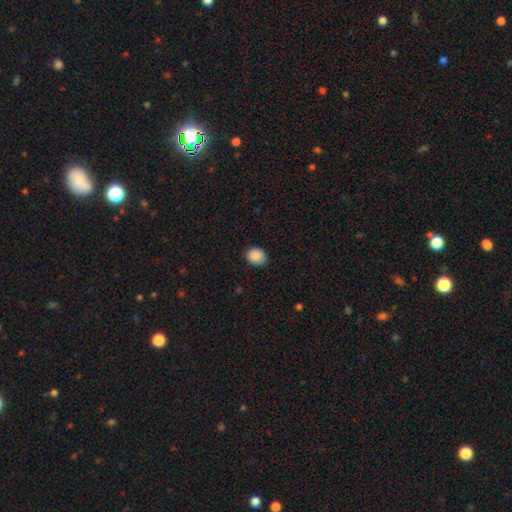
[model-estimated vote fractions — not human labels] Smooth or featured?
  - smooth: 89% *
  - star or artifact: 8%
  - featured or disk: 3%
How rounded?
  - round: 55% *
  - in between: 45%
  - cigar-shaped: 1%
Merging?
  - none: 84% *
  - minor disturbance: 13%
  - major disturbance: 2%
  - merger: 1%